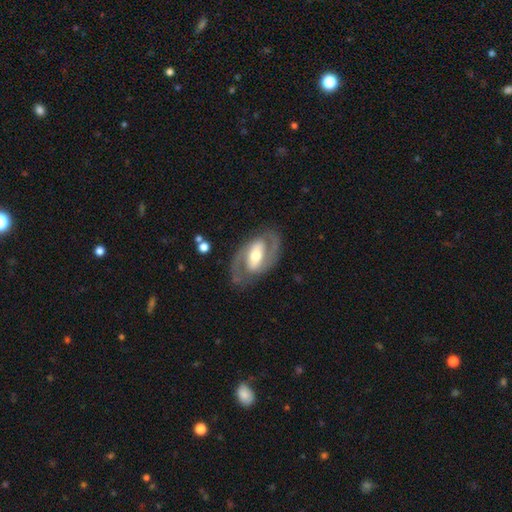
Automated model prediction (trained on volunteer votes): featured or disk 84%, smooth 12%, star or artifact 4%. Down the decision tree: edge-on disk — no (95%); bar — strong (48%); spiral arms — yes (87%); spiral arm count — 2 (90%); spiral winding — medium (54%); bulge size — moderate (65%); merging — none (80%).